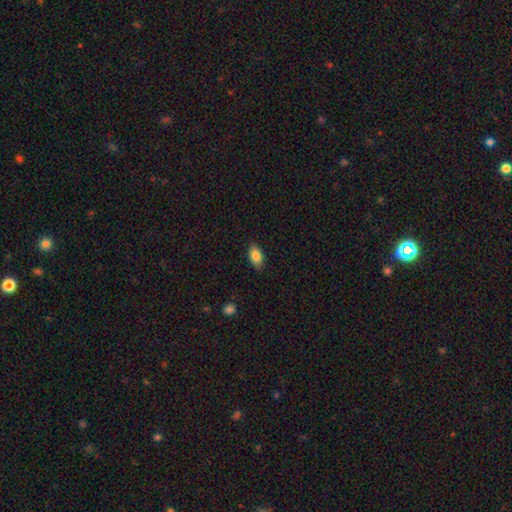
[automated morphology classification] A smooth galaxy with no disk features (85%) that is in between round and cigar-shaped (90%). Merging: none (85%).